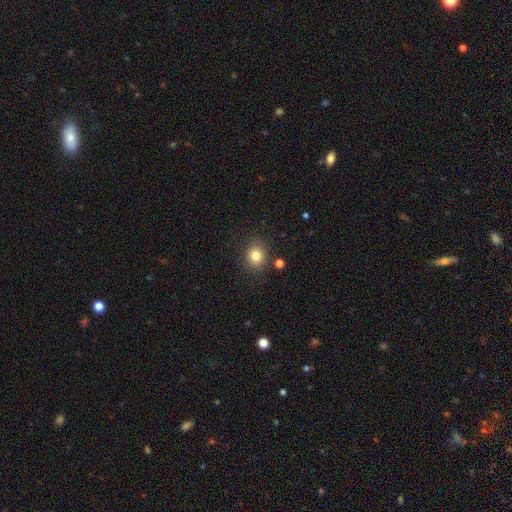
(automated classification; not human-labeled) Smooth or featured? Predicted: smooth (p=0.82). How rounded? Predicted: round (p=0.72). Merging? Predicted: none (p=0.83).